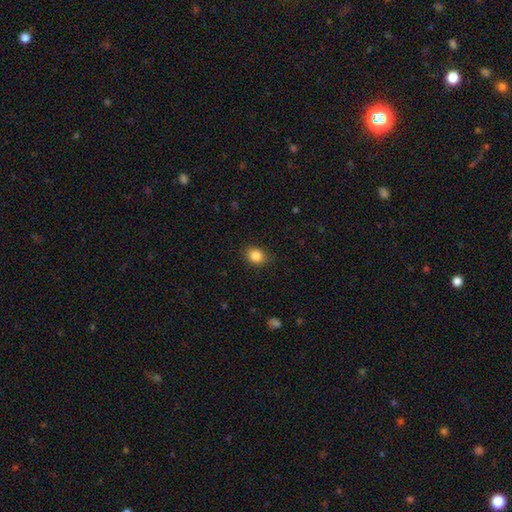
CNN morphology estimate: type=smooth (86%); roundness=round (53%); merging=none (84%).